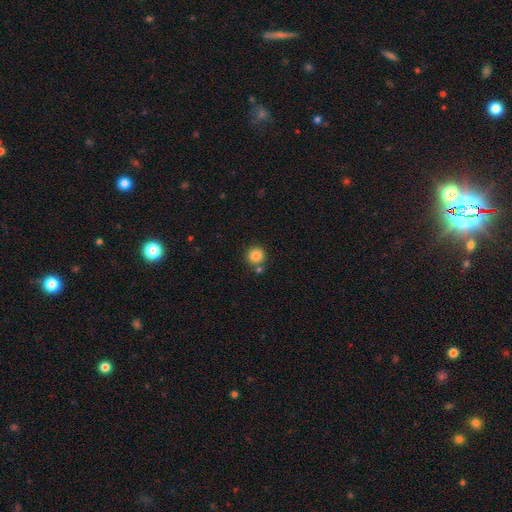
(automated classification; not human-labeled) A smooth galaxy with no disk features (86%) that is round (93%). Merging: none (75%).